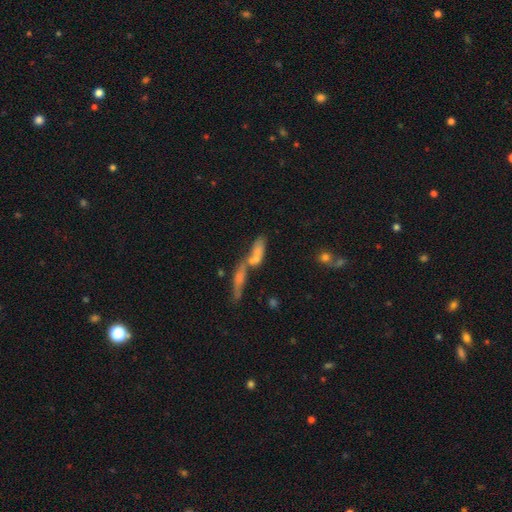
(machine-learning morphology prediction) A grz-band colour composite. It shows a smooth galaxy with no disk features (60%) that is in between round and cigar-shaped (52%). Merging: merger (66%).